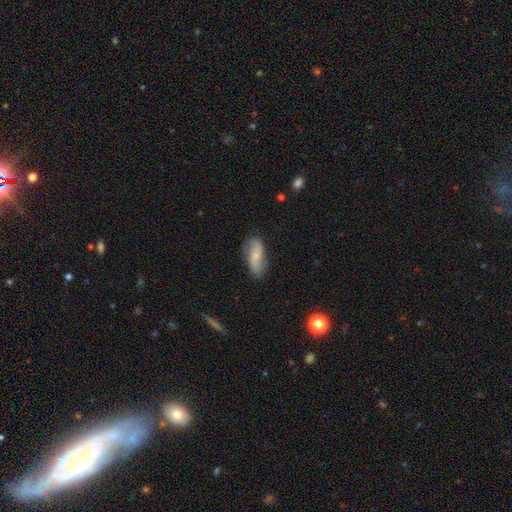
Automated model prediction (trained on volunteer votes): Smooth or featured? Predicted: smooth (p=0.48). Merging? Predicted: none (p=0.72).